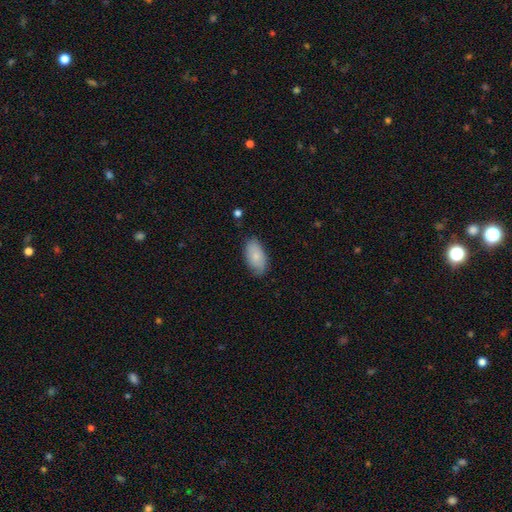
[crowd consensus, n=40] smooth_or_featured: smooth (p=0.70) [alt: featured or disk p=0.23]
how_rounded: in between (p=0.89) [alt: cigar-shaped p=0.07]
merging: none (p=0.84) [alt: minor disturbance p=0.11]